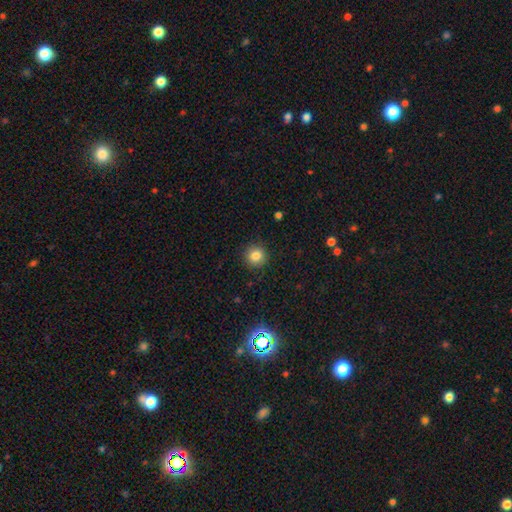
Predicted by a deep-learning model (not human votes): This is clearly a smooth galaxy (83%). How rounded: clearly round (94%). Merging: clearly none (91%).